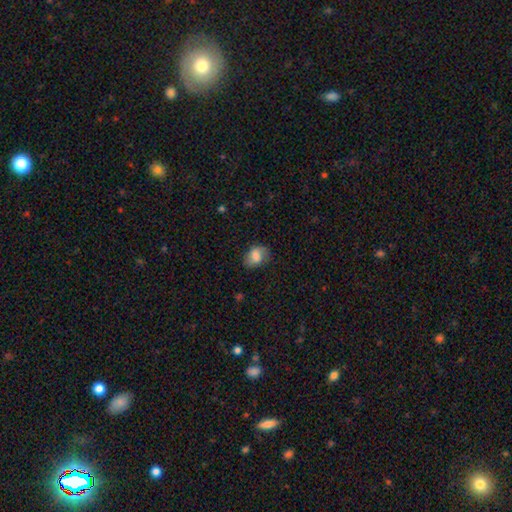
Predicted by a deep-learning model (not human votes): Overall: smooth (67%). How rounded: in between (74%). Merging: none (66%).